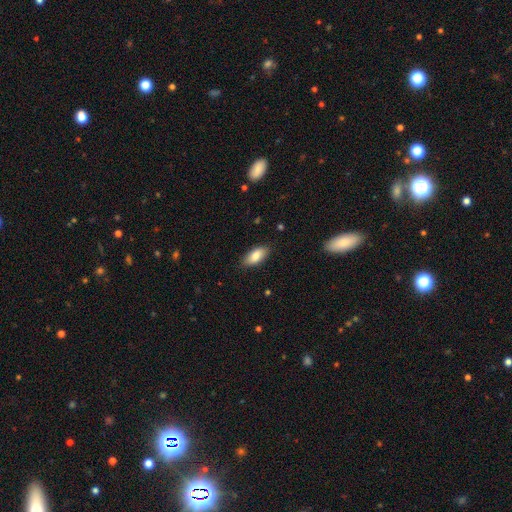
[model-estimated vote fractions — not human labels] A smooth galaxy with no disk features (84%) that is in between round and cigar-shaped (88%).

Vote fractions:
- Smooth or featured? smooth: 84% / featured or disk: 10% / star or artifact: 7%
- How rounded? in between: 88% / cigar-shaped: 10% / round: 2%
- Merging? none: 85% / minor disturbance: 12% / major disturbance: 2% / merger: 1%